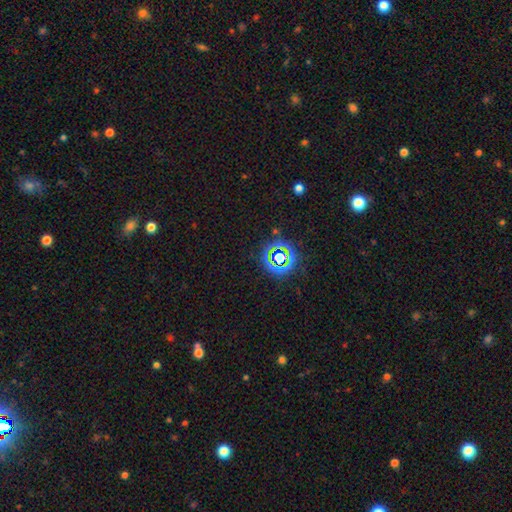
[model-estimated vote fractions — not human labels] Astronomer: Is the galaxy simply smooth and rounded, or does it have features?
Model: star or artifact — 75%.